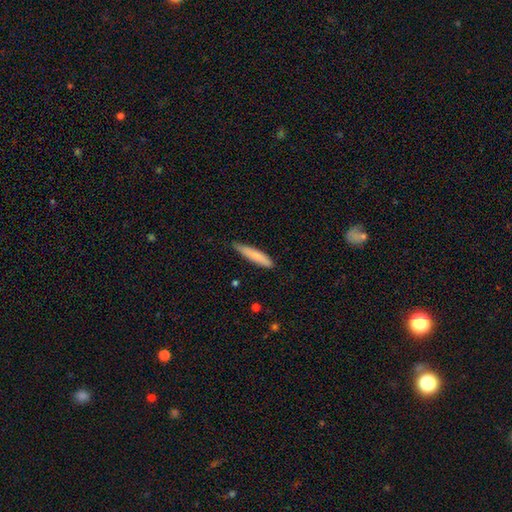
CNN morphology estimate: A smooth galaxy with no disk features (79%) that is cigar-shaped (87%). Merging: none (75%).